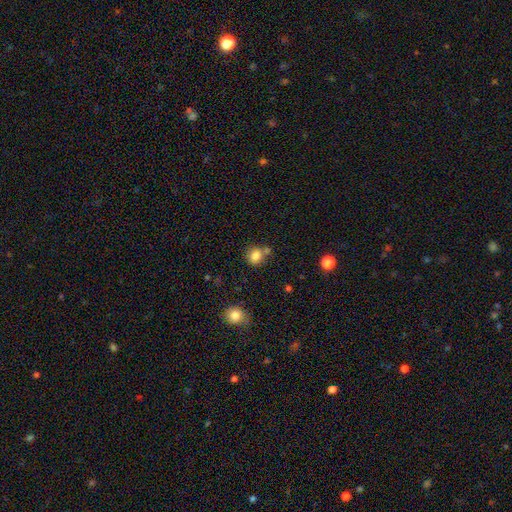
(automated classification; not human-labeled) Morphology: type=smooth (82%); roundness=round (71%); merging=none (62%).